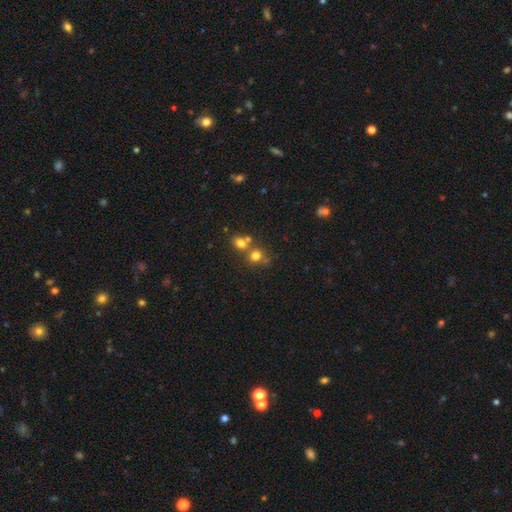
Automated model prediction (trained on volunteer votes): A smooth galaxy with no disk features (72%) that is round (80%).

Vote fractions:
- Smooth or featured? smooth: 72% / star or artifact: 17% / featured or disk: 11%
- How rounded? round: 80% / in between: 19% / cigar-shaped: 1%
- Merging? none: 47% / merger: 40% / minor disturbance: 8% / major disturbance: 4%